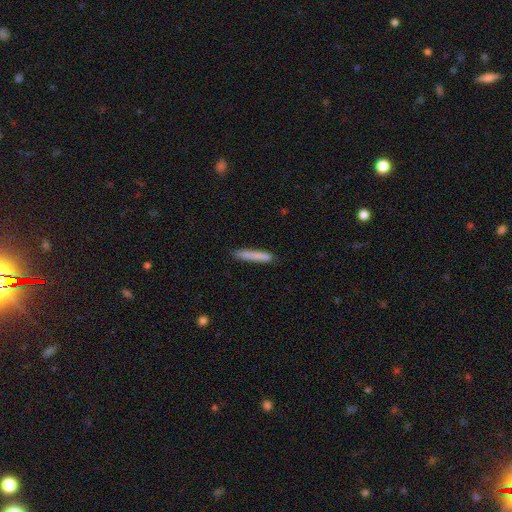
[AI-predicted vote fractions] Q: Smooth or featured?
A: smooth (81%); runner-up: featured or disk (13%)
Q: How rounded?
A: cigar-shaped (95%); runner-up: in between (4%)
Q: Merging?
A: none (87%); runner-up: minor disturbance (10%)